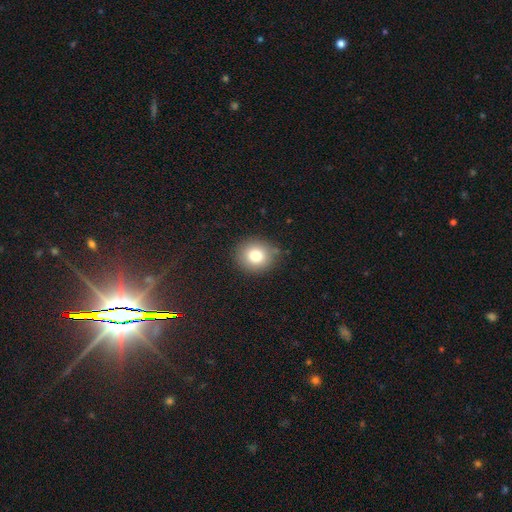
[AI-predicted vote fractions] Smooth or featured?
  - smooth: 79% *
  - star or artifact: 11%
  - featured or disk: 10%
How rounded?
  - round: 83% *
  - in between: 16%
  - cigar-shaped: 1%
Merging?
  - none: 83% *
  - minor disturbance: 12%
  - major disturbance: 3%
  - merger: 2%